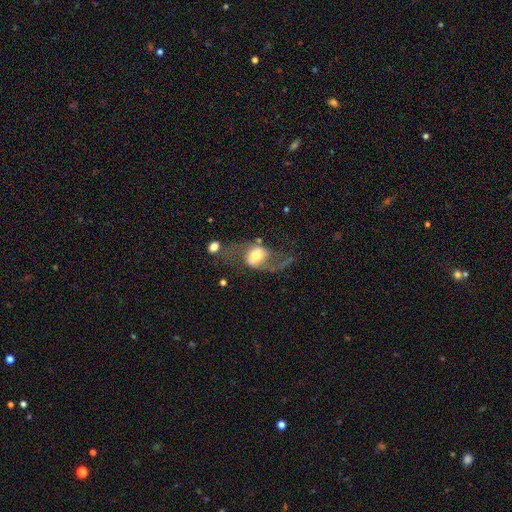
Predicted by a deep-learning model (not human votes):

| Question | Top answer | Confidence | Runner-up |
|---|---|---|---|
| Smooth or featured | featured or disk | 75% | smooth (18%) |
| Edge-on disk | no | 95% | yes (5%) |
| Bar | no | 52% | weak (33%) |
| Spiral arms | yes | 89% | no (11%) |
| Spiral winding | loose | 77% | medium (19%) |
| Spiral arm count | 2 | 90% | 1 (5%) |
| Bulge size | moderate | 53% | large (25%) |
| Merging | none | 49% | major disturbance (26%) |